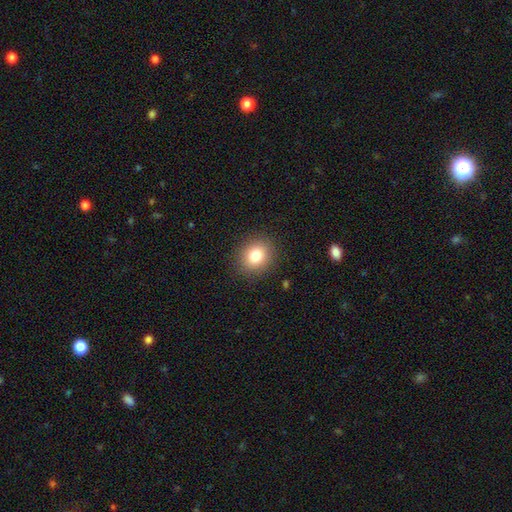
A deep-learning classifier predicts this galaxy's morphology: Smooth or featured? Predicted: smooth (p=0.81). How rounded? Predicted: round (p=0.71). Merging? Predicted: none (p=0.88).